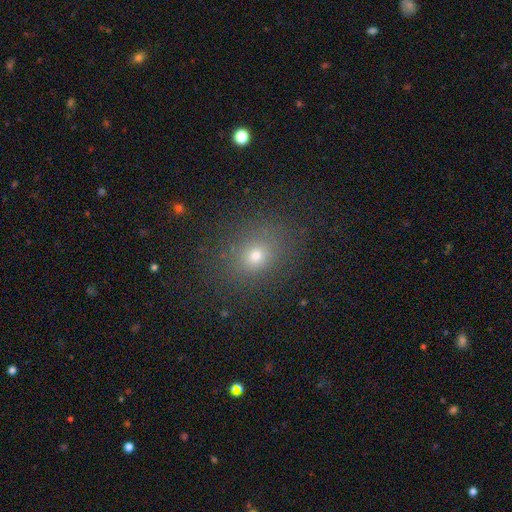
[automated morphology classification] This appears to be a smooth galaxy with no disk features (71%) that is round (59%). Merging: none (84%).